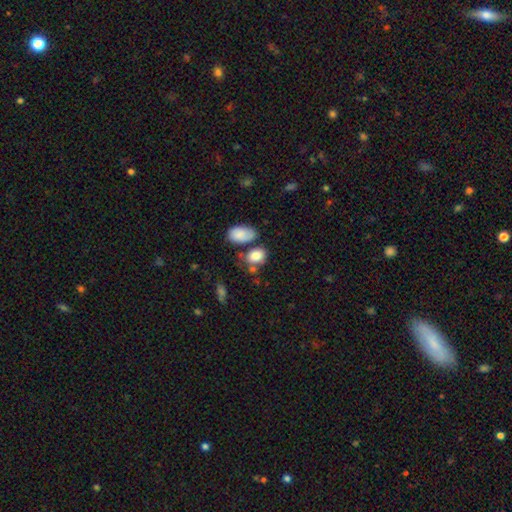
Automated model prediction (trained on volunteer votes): Morphology: type=smooth (84%); roundness=in between (77%); merging=none (52%).